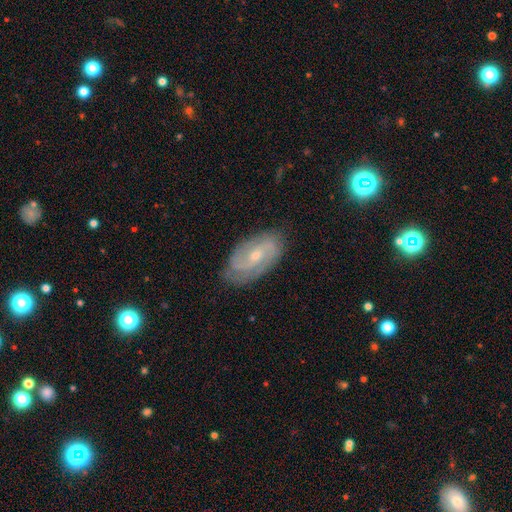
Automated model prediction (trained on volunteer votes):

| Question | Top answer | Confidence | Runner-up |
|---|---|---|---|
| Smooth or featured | featured or disk | 80% | smooth (13%) |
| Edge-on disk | no | 95% | yes (5%) |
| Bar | weak | 48% | no (39%) |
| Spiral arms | yes | 94% | no (6%) |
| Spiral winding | medium | 44% | tight (39%) |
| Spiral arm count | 2 | 68% | can't tell (15%) |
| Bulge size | small | 57% | moderate (39%) |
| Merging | none | 79% | minor disturbance (16%) |